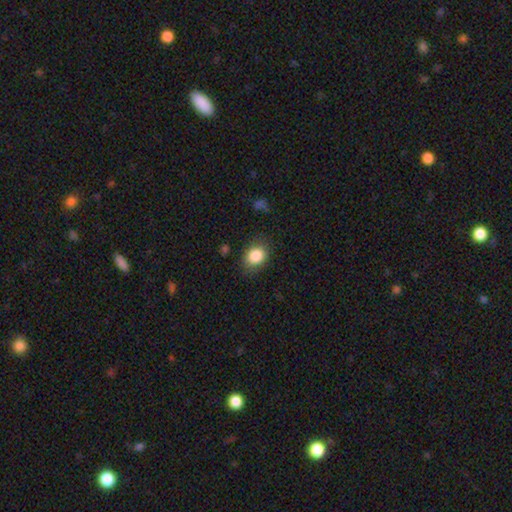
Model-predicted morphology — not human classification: This is clearly a smooth galaxy (85%). How rounded: possibly in between (52%). Merging: likely none (78%).